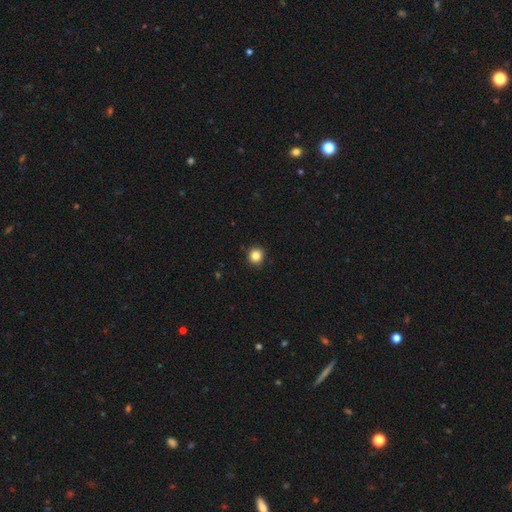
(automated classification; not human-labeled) Smooth or featured?
  - smooth: 85% *
  - star or artifact: 11%
  - featured or disk: 4%
How rounded?
  - round: 93% *
  - in between: 6%
  - cigar-shaped: 1%
Merging?
  - none: 92% *
  - minor disturbance: 6%
  - major disturbance: 2%
  - merger: 1%